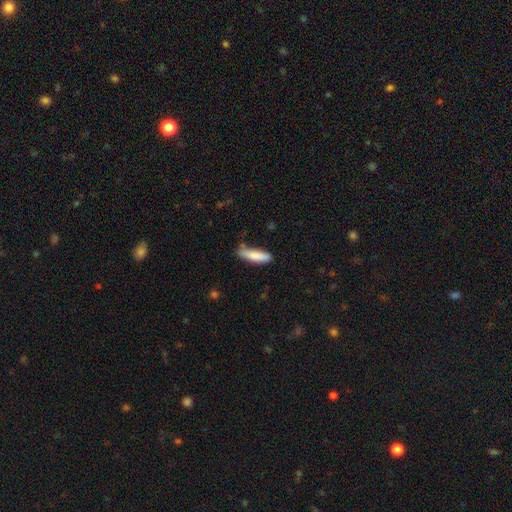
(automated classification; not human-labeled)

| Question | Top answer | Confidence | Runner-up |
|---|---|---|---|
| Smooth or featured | smooth | 83% | featured or disk (11%) |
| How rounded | cigar-shaped | 71% | in between (28%) |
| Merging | none | 74% | minor disturbance (20%) |